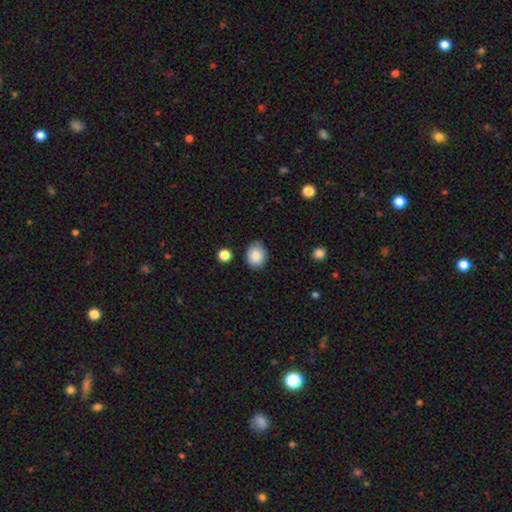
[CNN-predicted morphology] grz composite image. It shows a smooth galaxy with no disk features (87%) that is round (56%). Merging: none (79%).